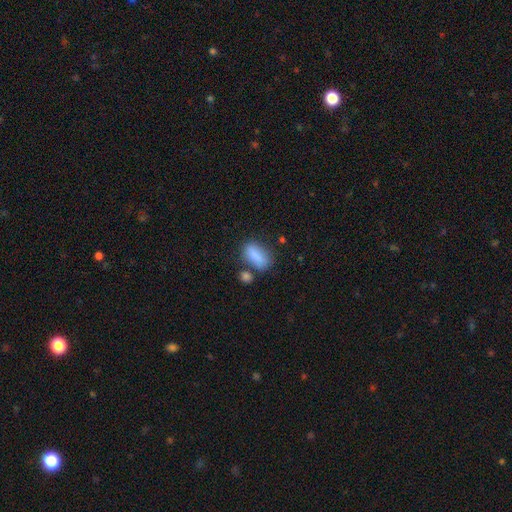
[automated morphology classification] This appears to be a smooth galaxy with no disk features (86%) that is in between round and cigar-shaped (89%). Merging: none (58%).